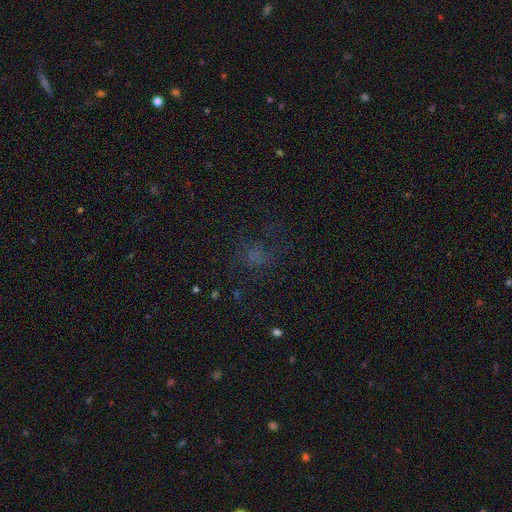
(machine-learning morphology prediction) The model was most divided on "smooth or featured": smooth: 48%, star or artifact: 34%, featured or disk: 19%. More confident: merging — none (59%).